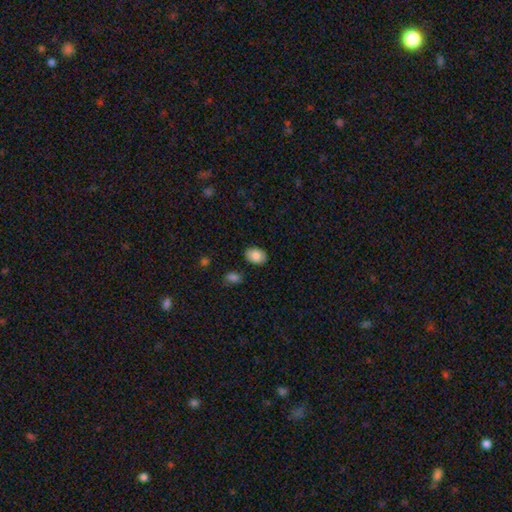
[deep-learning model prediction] A smooth galaxy with no disk features (84%) that is in between round and cigar-shaped (80%). Merging: none (87%).